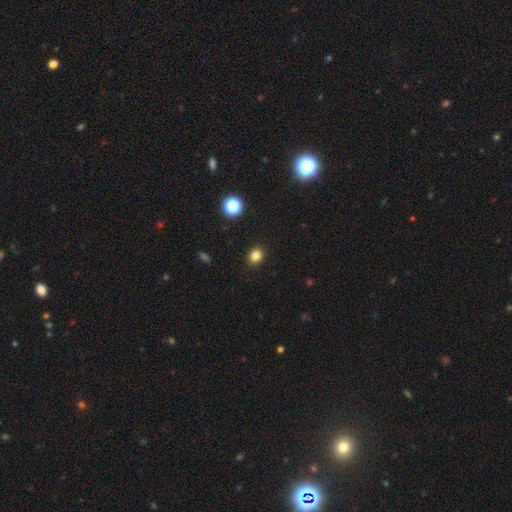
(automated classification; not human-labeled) Overall: smooth (82%). How rounded: round (58%; in between 41%). Merging: none (90%).